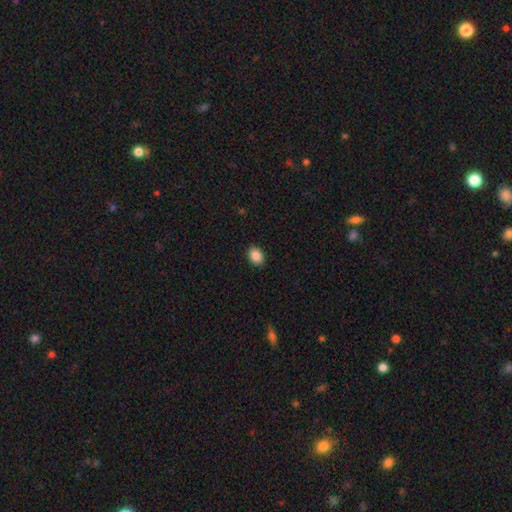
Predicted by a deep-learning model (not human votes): A smooth galaxy with no disk features (88%) that is in between round and cigar-shaped (67%).

Vote fractions:
- Smooth or featured? smooth: 88% / star or artifact: 8% / featured or disk: 4%
- How rounded? in between: 67% / round: 32% / cigar-shaped: 1%
- Merging? none: 90% / minor disturbance: 7% / major disturbance: 2% / merger: 1%